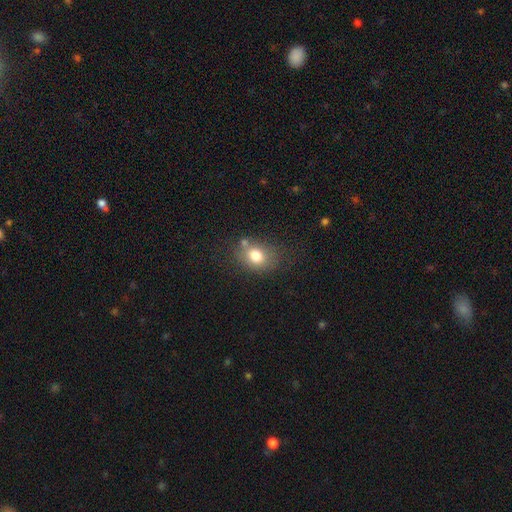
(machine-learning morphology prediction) A smooth galaxy with no disk features (77%) that is in between round and cigar-shaped (55%).

Vote fractions:
- Smooth or featured? smooth: 77% / featured or disk: 12% / star or artifact: 11%
- How rounded? in between: 55% / round: 44% / cigar-shaped: 1%
- Merging? none: 61% / minor disturbance: 19% / merger: 12% / major disturbance: 7%